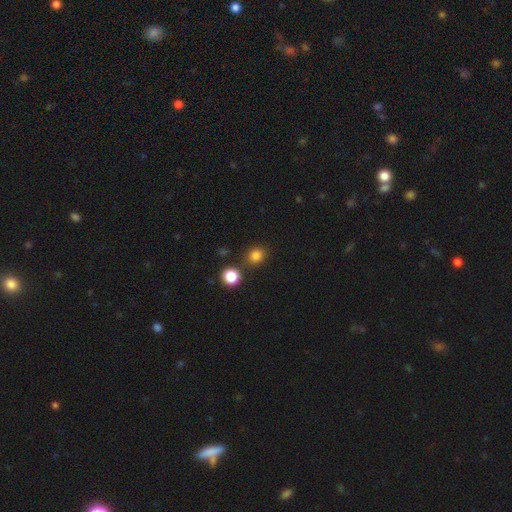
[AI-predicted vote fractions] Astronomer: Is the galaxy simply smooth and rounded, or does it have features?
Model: smooth — 82%.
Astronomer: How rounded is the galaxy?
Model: round — 76%.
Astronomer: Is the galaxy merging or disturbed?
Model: none — 80%.